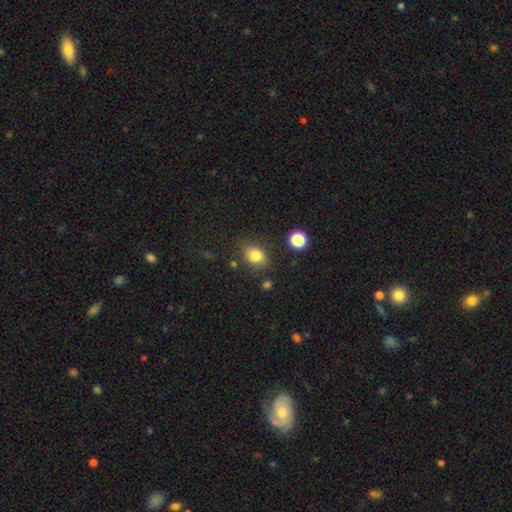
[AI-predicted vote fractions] A smooth galaxy with no disk features (81%) that is round (51%).

Vote fractions:
- Smooth or featured? smooth: 81% / star or artifact: 12% / featured or disk: 7%
- How rounded? round: 51% / in between: 48% / cigar-shaped: 1%
- Merging? none: 79% / minor disturbance: 13% / major disturbance: 4% / merger: 4%